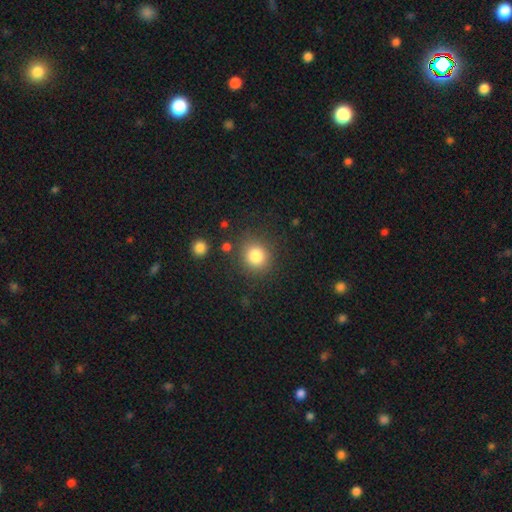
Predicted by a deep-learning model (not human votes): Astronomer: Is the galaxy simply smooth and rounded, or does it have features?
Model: smooth — 83%.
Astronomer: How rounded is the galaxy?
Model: round — 84%.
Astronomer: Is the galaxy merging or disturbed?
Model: none — 83%.